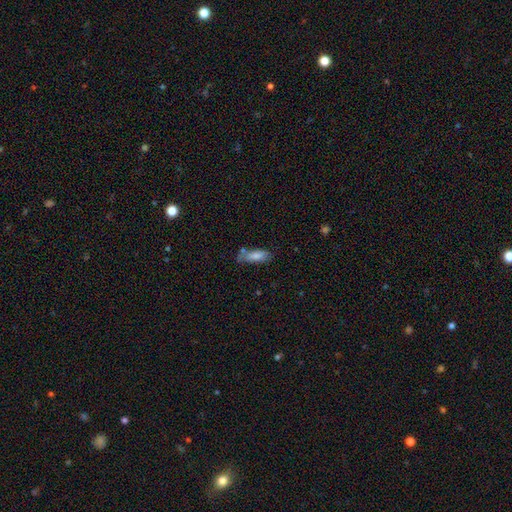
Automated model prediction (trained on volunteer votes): Smooth or featured? Predicted: smooth (p=0.79). How rounded? Predicted: in between (p=0.67). Merging? Predicted: none (p=0.53).